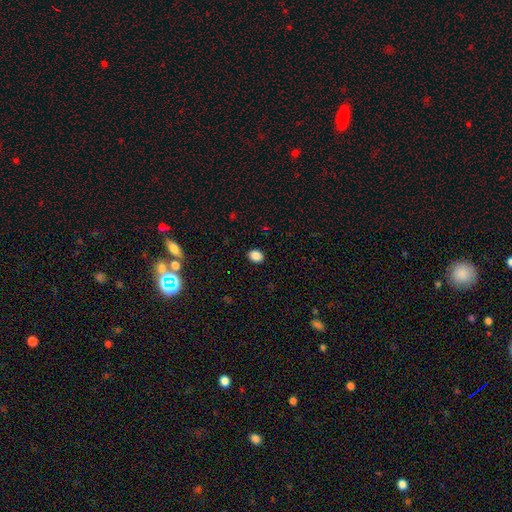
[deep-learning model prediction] A smooth galaxy with no disk features (87%) that is in between round and cigar-shaped (56%). Merging: none (90%).